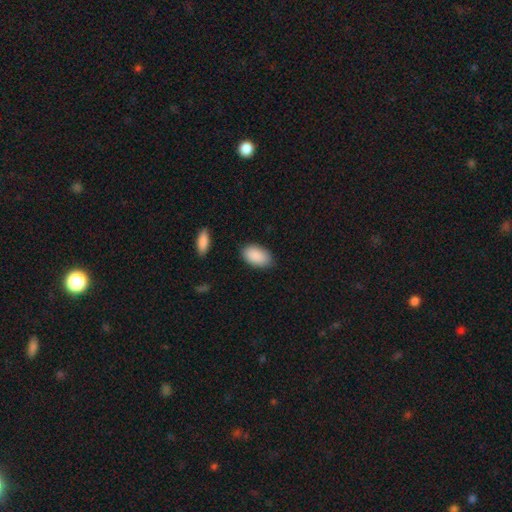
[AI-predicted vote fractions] Smooth or featured? smooth (91%)
How rounded? in between (94%)
Merging? none (83%)